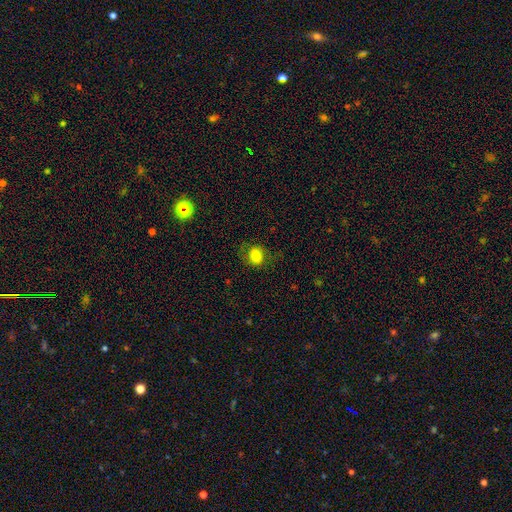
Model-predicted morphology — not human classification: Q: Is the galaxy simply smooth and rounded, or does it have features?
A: smooth — 78%.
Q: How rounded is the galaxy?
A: round — 53%.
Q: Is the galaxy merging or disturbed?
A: none — 73%.